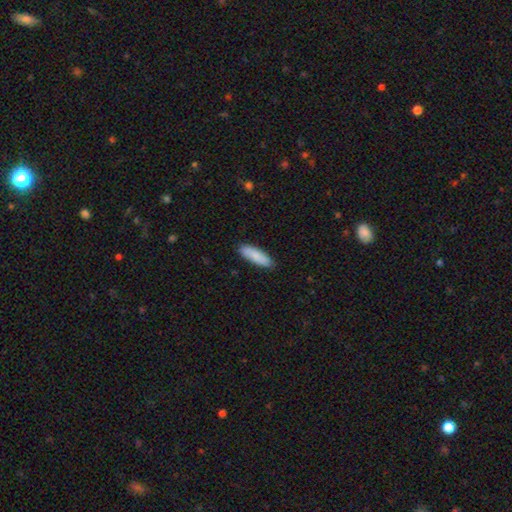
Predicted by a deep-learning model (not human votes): Smooth or featured? smooth (86%)
How rounded? cigar-shaped (52%)
Merging? none (87%)